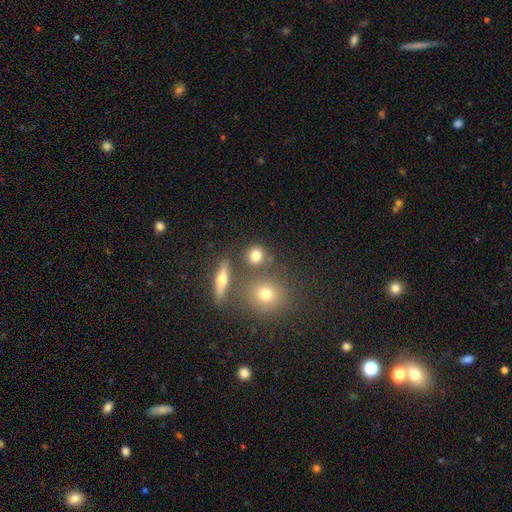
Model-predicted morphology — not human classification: smooth-or-featured: smooth: 76% | star or artifact: 14% | featured or disk: 11%
  how-rounded: round: 80% | in between: 16% | cigar-shaped: 4%
  merging: none: 74% | merger: 14% | minor disturbance: 9% | major disturbance: 4%